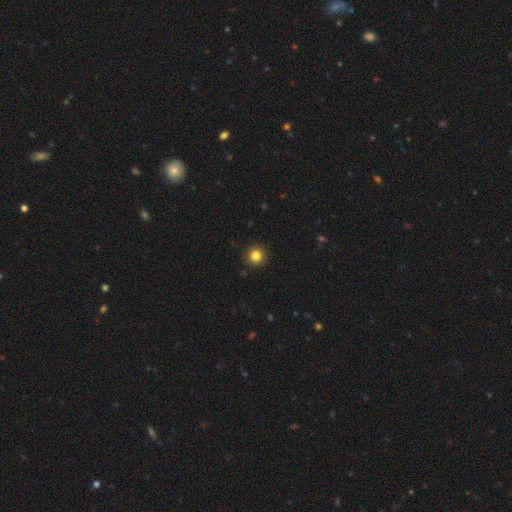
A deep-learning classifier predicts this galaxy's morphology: smooth_or_featured: smooth (p=0.83) [alt: star or artifact p=0.12]
how_rounded: round (p=0.95) [alt: in between p=0.04]
merging: none (p=0.92) [alt: minor disturbance p=0.05]